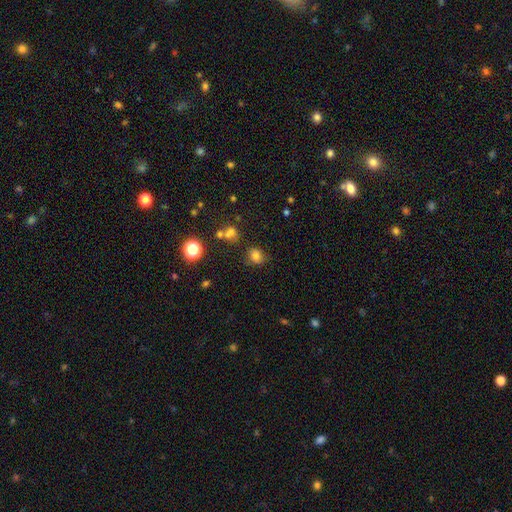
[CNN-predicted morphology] Q: Smooth or featured?
A: smooth (76%); runner-up: star or artifact (17%)
Q: How rounded?
A: round (64%); runner-up: in between (35%)
Q: Merging?
A: none (72%); runner-up: minor disturbance (17%)